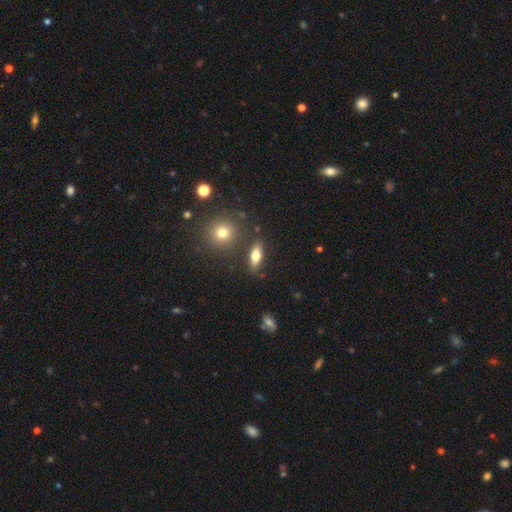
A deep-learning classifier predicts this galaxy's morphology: Smooth or featured: smooth — 70% (featured or disk — 21%)
How rounded: in between — 68% (cigar-shaped — 26%)
Merging: none — 82% (minor disturbance — 10%)